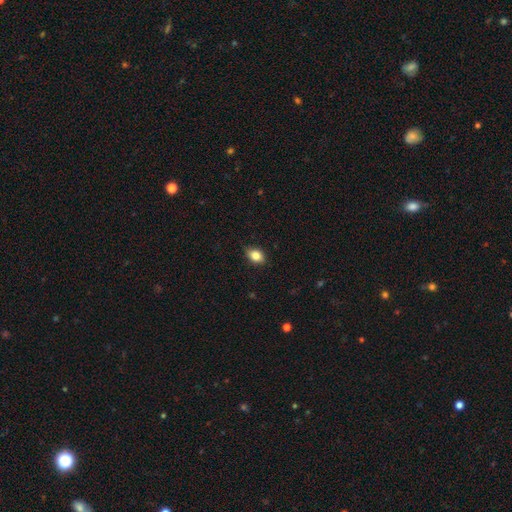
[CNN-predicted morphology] smooth-or-featured: smooth: 82% | featured or disk: 9% | star or artifact: 9%
  how-rounded: in between: 74% | round: 24% | cigar-shaped: 2%
  merging: none: 79% | minor disturbance: 17% | major disturbance: 3% | merger: 1%